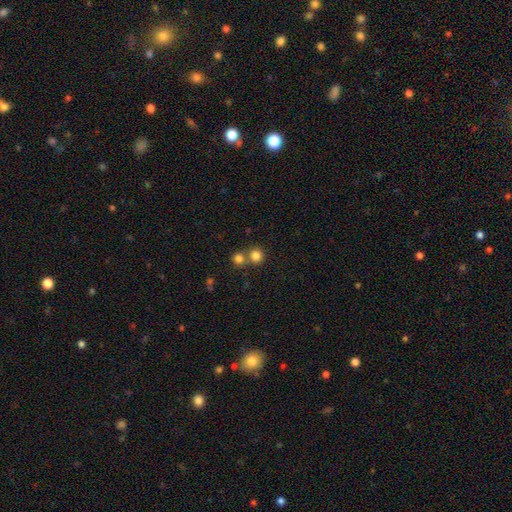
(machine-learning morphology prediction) This appears to be a smooth galaxy with no disk features (81%) that is round (90%). Merging: none (59%).